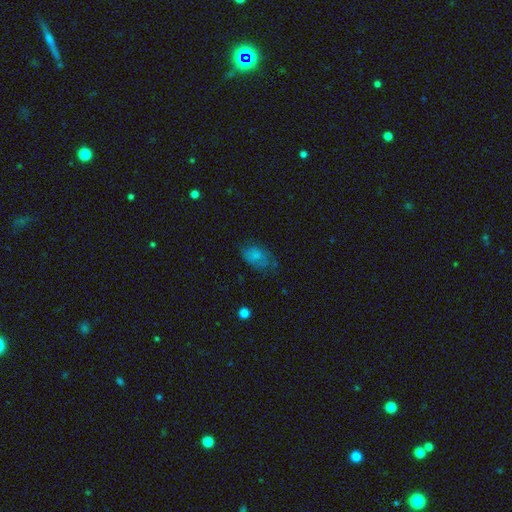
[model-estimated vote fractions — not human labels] smooth 73%, featured or disk 16%, star or artifact 11%. Down the decision tree: how rounded — in between (87%); merging — none (53%).